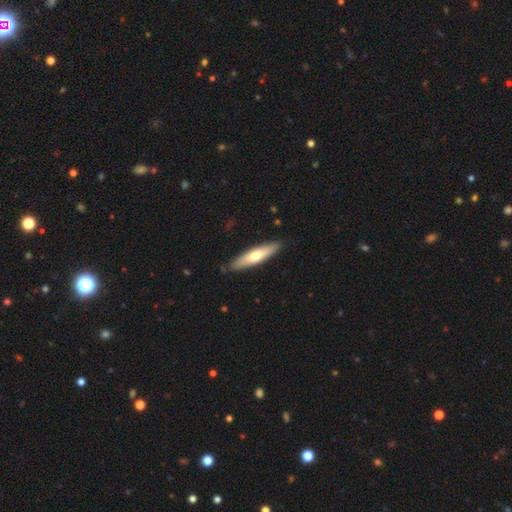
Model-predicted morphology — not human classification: This is likely a smooth galaxy (61%). How rounded: likely cigar-shaped (76%). Merging: clearly none (87%).